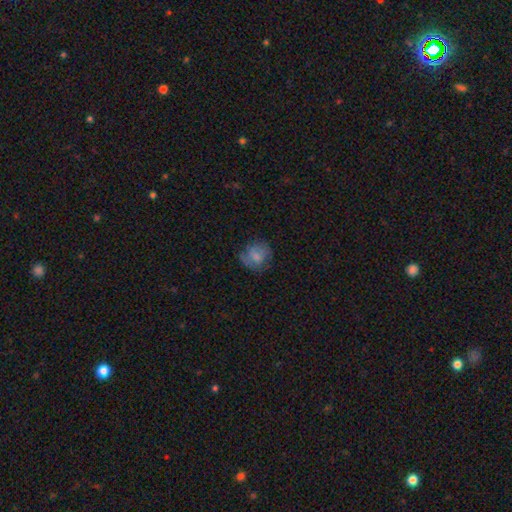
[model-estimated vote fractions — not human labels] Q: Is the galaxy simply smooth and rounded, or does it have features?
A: smooth — 68%.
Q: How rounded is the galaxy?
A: round — 76%.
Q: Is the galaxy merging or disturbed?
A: none — 63%.